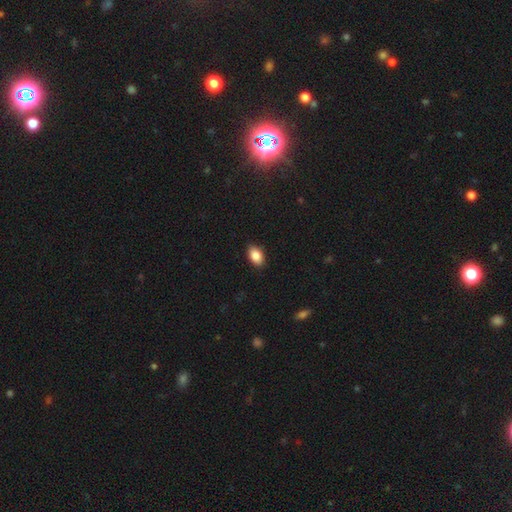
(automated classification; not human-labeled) The model was most divided on "merging": none: 88%, minor disturbance: 9%, major disturbance: 2%, merger: 1%. More confident: how rounded — in between (90%); smooth or featured — smooth (87%).